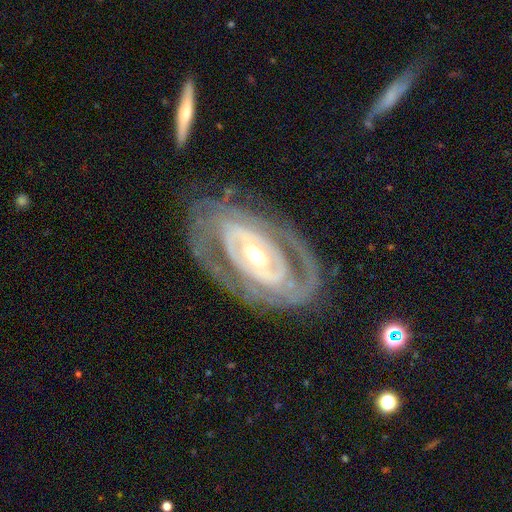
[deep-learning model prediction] Q: Smooth or featured?
A: featured or disk (87%); runner-up: smooth (9%)
Q: Edge-on disk?
A: no (94%); runner-up: yes (6%)
Q: Bar?
A: no (42%); runner-up: weak (29%)
Q: Spiral arms?
A: yes (79%); runner-up: no (21%)
Q: Spiral winding?
A: tight (64%); runner-up: medium (27%)
Q: Spiral arm count?
A: 2 (54%); runner-up: can't tell (26%)
Q: Bulge size?
A: moderate (62%); runner-up: small (29%)
Q: Merging?
A: none (75%); runner-up: minor disturbance (14%)